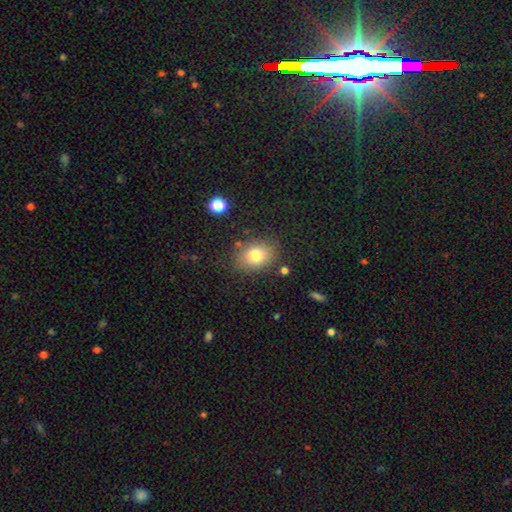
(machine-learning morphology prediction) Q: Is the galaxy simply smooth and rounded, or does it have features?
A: smooth — 78%.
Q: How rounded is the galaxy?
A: in between — 53%.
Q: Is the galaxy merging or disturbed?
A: none — 81%.